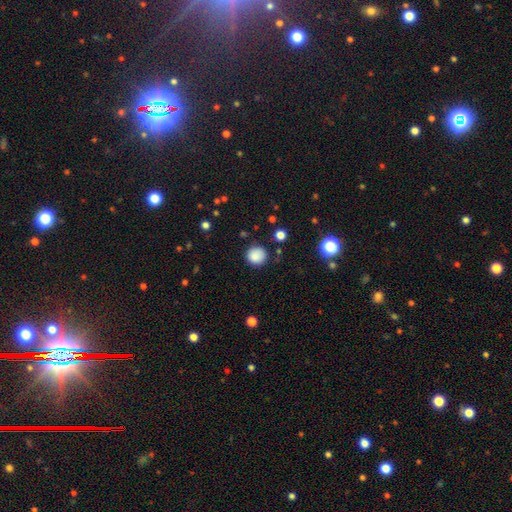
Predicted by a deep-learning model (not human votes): Smooth or featured?
  - smooth: 86% *
  - star or artifact: 10%
  - featured or disk: 4%
How rounded?
  - round: 92% *
  - in between: 7%
  - cigar-shaped: 1%
Merging?
  - none: 85% *
  - minor disturbance: 10%
  - major disturbance: 3%
  - merger: 2%